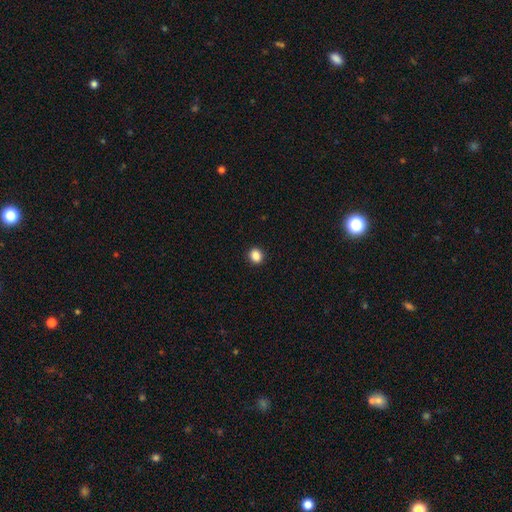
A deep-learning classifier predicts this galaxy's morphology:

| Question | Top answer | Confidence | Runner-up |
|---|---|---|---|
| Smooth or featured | smooth | 87% | star or artifact (10%) |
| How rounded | round | 68% | in between (31%) |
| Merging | none | 92% | minor disturbance (6%) |